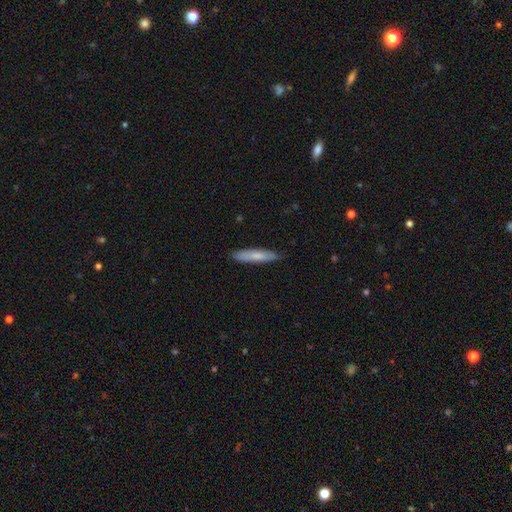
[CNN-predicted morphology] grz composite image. It shows a smooth galaxy with no disk features (73%) that is cigar-shaped (86%). Merging: none (86%).